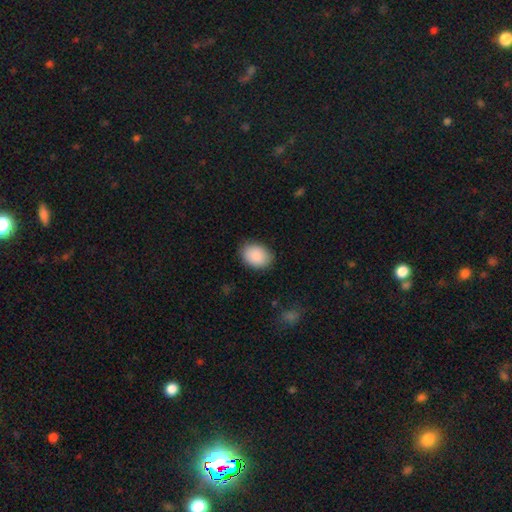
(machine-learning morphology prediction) The model was most divided on "how rounded": in between: 74%, round: 25%, cigar-shaped: 1%. More confident: smooth or featured — smooth (90%); merging — none (85%).